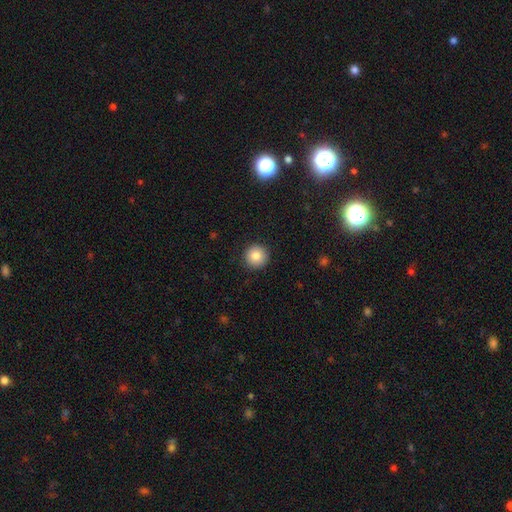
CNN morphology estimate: A smooth galaxy with no disk features (83%) that is round (96%). Merging: none (92%).